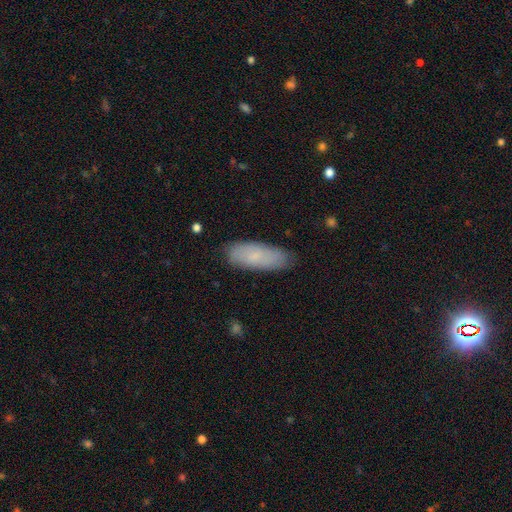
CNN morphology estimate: smooth_or_featured: smooth (p=0.76) [alt: featured or disk p=0.18]
how_rounded: in between (p=0.71) [alt: cigar-shaped p=0.27]
merging: none (p=0.82) [alt: minor disturbance p=0.15]